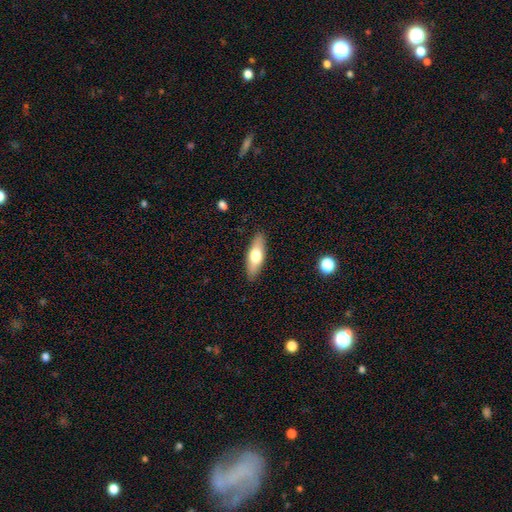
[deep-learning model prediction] Q: Smooth or featured?
A: smooth (63%); runner-up: featured or disk (31%)
Q: How rounded?
A: in between (55%); runner-up: cigar-shaped (42%)
Q: Merging?
A: none (89%); runner-up: minor disturbance (8%)